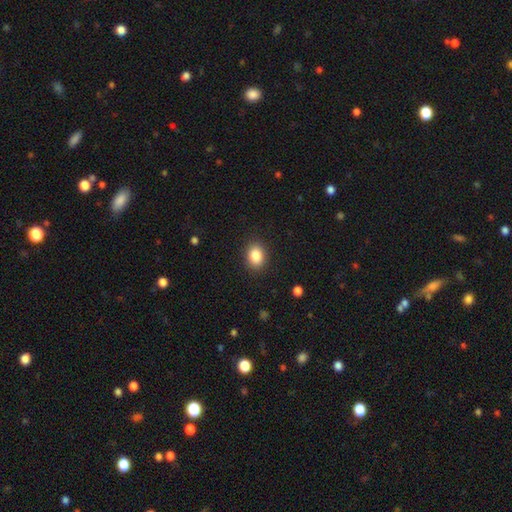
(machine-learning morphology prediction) smooth-or-featured: smooth: 86% | star or artifact: 9% | featured or disk: 5%
  how-rounded: in between: 60% | round: 39% | cigar-shaped: 1%
  merging: none: 89% | minor disturbance: 8% | major disturbance: 2% | merger: 1%